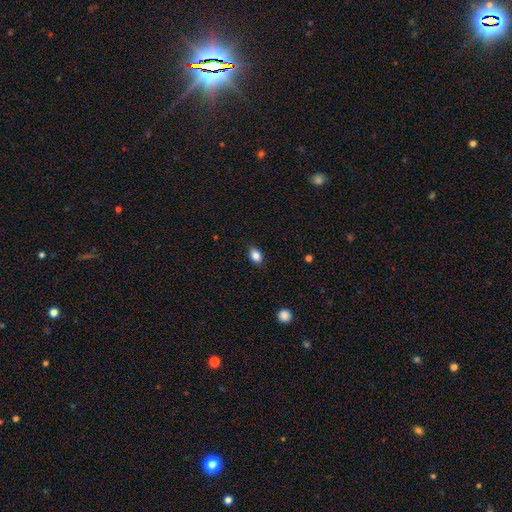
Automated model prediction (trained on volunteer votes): Q: Smooth or featured?
A: smooth (84%); runner-up: star or artifact (9%)
Q: How rounded?
A: in between (81%); runner-up: round (18%)
Q: Merging?
A: none (86%); runner-up: minor disturbance (10%)